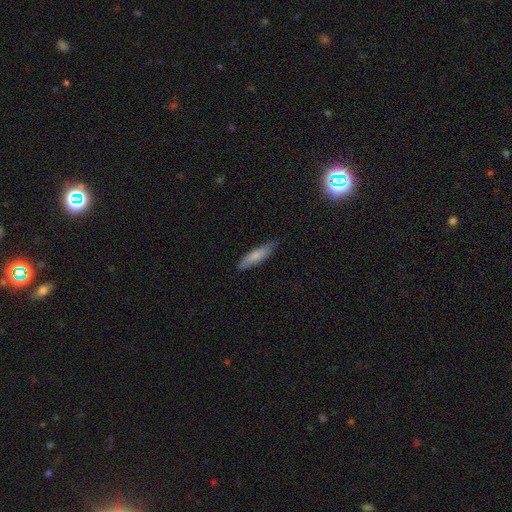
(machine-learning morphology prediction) smooth_or_featured: smooth (p=0.78) [alt: featured or disk p=0.17]
how_rounded: cigar-shaped (p=0.72) [alt: in between p=0.26]
merging: none (p=0.76) [alt: minor disturbance p=0.20]